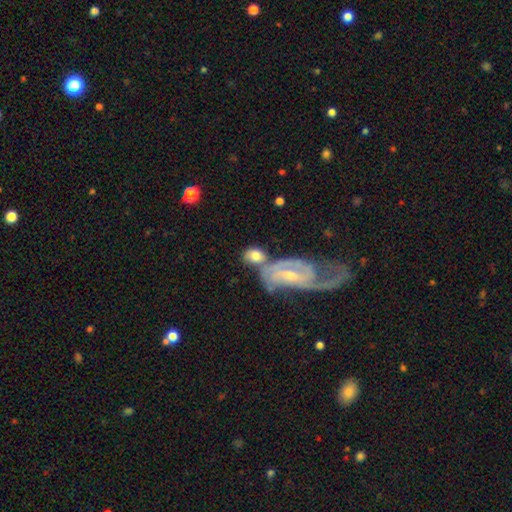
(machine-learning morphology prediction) type=smooth (63%); roundness=in between (63%); merging=merger (42%).